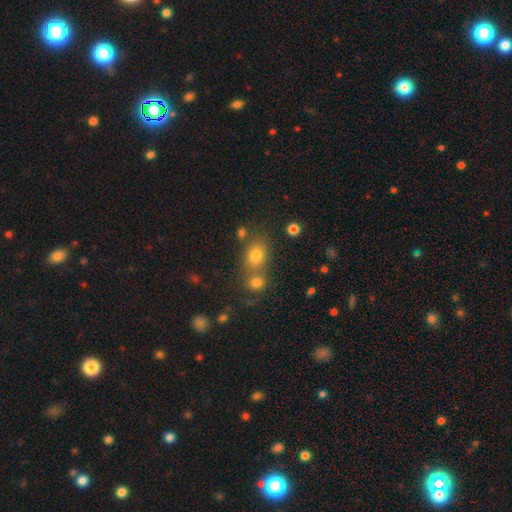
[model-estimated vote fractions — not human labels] Morphology: type=smooth (74%); roundness=round (52%); merging=none (54%).